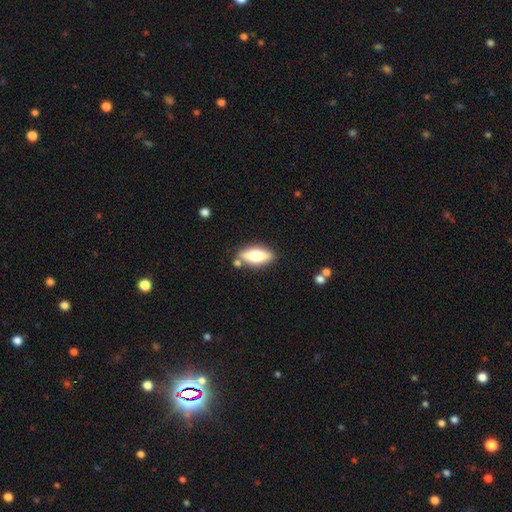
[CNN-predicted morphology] smooth 58%, featured or disk 36%, star or artifact 7%. Down the decision tree: how rounded — in between (73%); merging — none (80%).